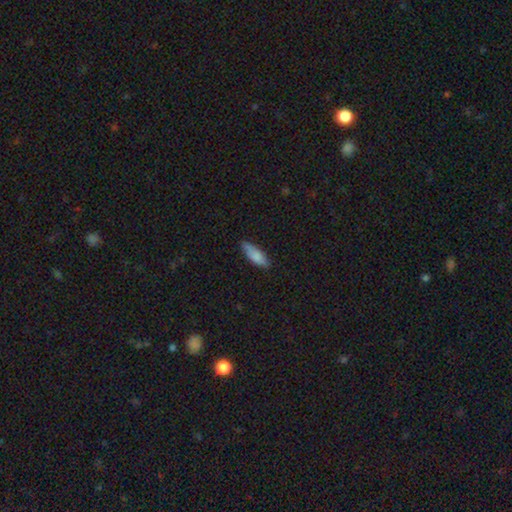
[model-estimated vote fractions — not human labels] Smooth or featured: smooth — 83% (featured or disk — 11%)
How rounded: in between — 63% (cigar-shaped — 35%)
Merging: none — 76% (minor disturbance — 20%)